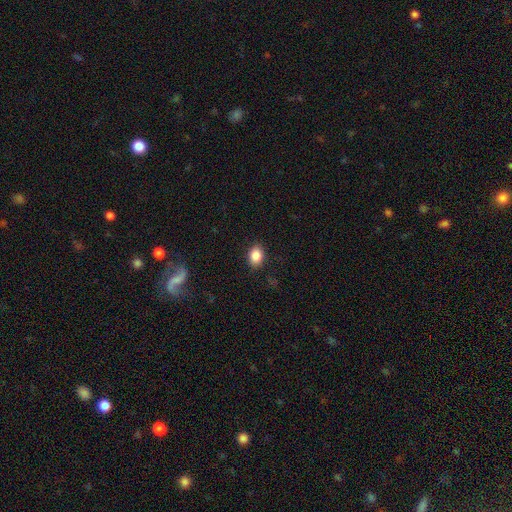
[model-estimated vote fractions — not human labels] This is clearly a smooth galaxy (87%). How rounded: likely in between (70%). Merging: clearly none (88%).